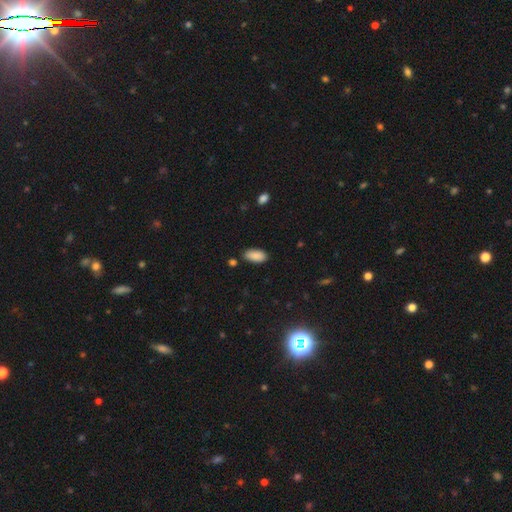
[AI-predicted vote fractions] Q: Smooth or featured?
A: smooth (89%); runner-up: star or artifact (7%)
Q: How rounded?
A: in between (92%); runner-up: cigar-shaped (6%)
Q: Merging?
A: none (82%); runner-up: minor disturbance (13%)